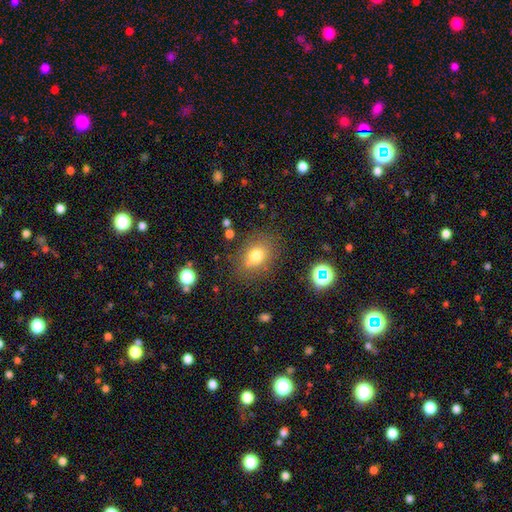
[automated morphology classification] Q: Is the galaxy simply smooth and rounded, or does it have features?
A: smooth — 75%.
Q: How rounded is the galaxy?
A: in between — 59%.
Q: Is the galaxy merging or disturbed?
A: none — 78%.